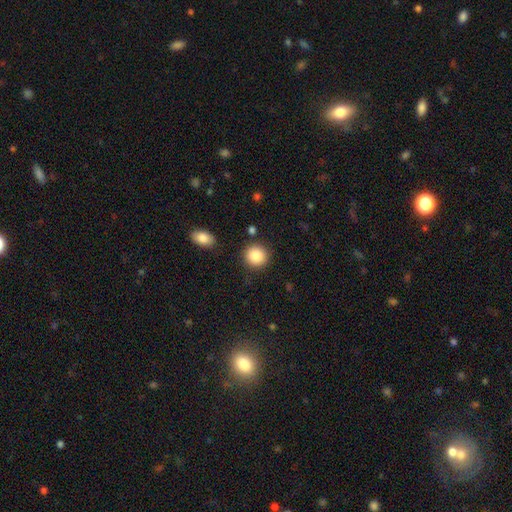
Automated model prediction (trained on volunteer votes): Smooth or featured? smooth (87%)
How rounded? round (90%)
Merging? none (87%)